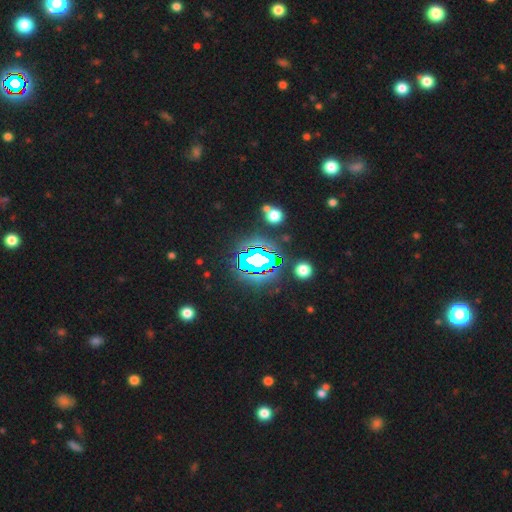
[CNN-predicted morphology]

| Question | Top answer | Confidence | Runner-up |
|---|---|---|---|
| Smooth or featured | star or artifact | 73% | smooth (15%) |